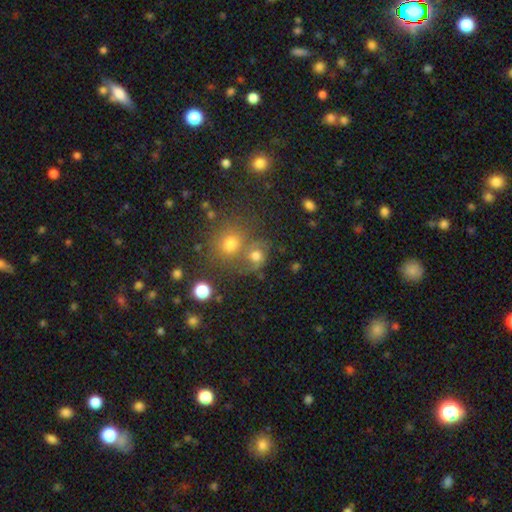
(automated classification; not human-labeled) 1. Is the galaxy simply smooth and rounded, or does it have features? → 59% smooth, 24% featured or disk, 17% star or artifact.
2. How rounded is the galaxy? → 72% round, 27% in between, 1% cigar-shaped.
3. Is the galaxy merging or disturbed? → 41% merger, 38% none, 11% minor disturbance, 9% major disturbance.